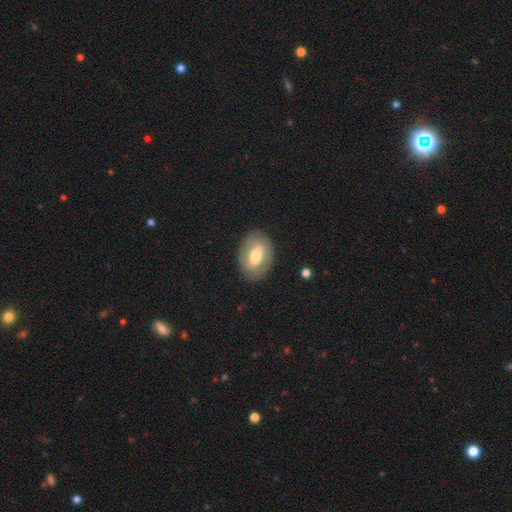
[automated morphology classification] featured or disk 53%, smooth 40%, star or artifact 6%. Down the decision tree: edge-on disk — no (92%); merging — none (82%).